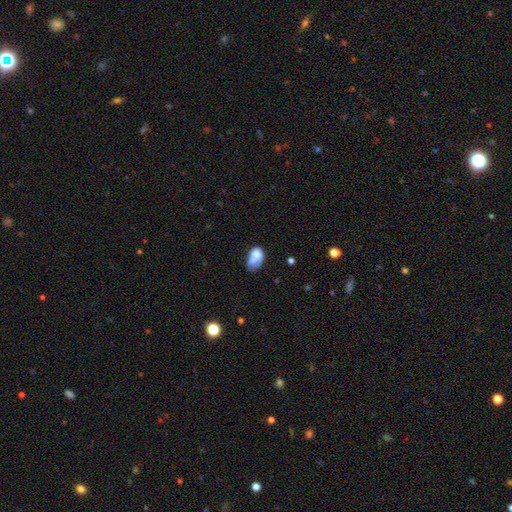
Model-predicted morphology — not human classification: smooth_or_featured: smooth (p=0.76) [alt: featured or disk p=0.15]
how_rounded: in between (p=0.90) [alt: round p=0.09]
merging: none (p=0.36) [tied with: minor disturbance p=0.36]